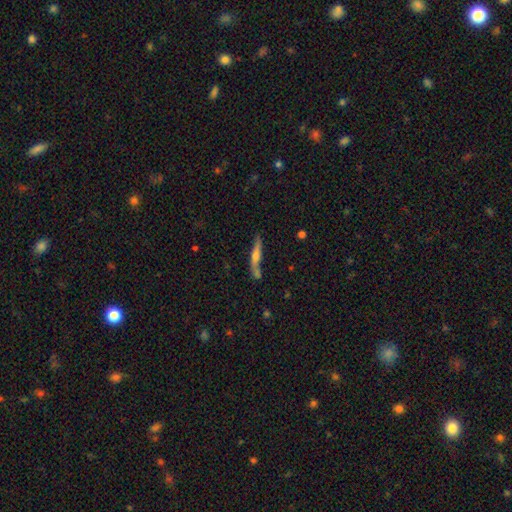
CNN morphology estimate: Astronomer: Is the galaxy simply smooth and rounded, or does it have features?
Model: featured or disk — 58% (runner-up: smooth, 35%).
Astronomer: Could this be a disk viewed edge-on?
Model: yes — 88%.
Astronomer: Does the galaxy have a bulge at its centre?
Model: rounded — 81%.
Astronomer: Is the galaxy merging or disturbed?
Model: none — 68%.